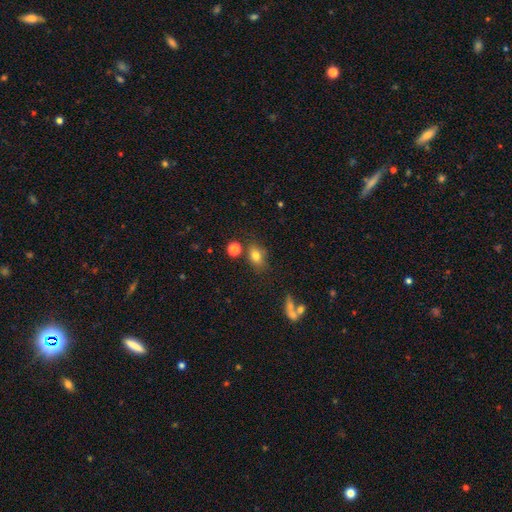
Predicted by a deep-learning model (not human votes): Smooth or featured? Predicted: smooth (p=0.77). How rounded? Predicted: in between (p=0.72). Merging? Predicted: none (p=0.71).